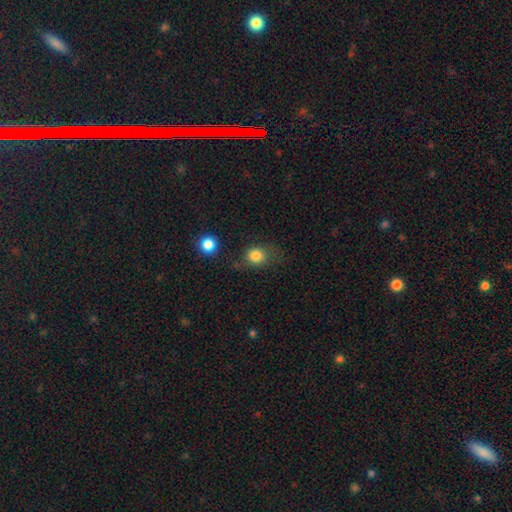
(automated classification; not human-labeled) Smooth or featured? smooth (82%)
How rounded? round (73%)
Merging? none (59%)